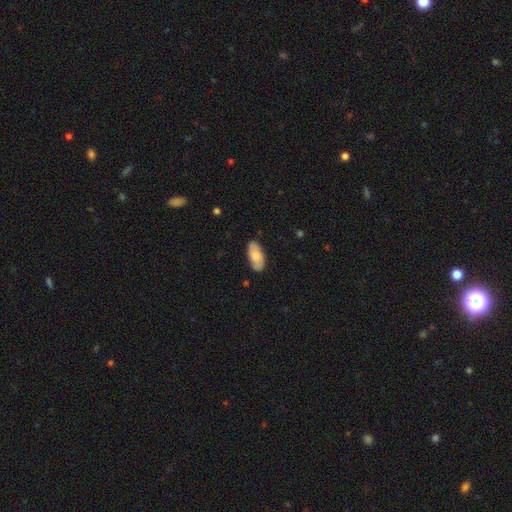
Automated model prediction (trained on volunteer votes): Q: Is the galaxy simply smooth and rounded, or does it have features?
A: smooth — 75%.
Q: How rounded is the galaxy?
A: in between — 91%.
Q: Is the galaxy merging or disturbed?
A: none — 84%.